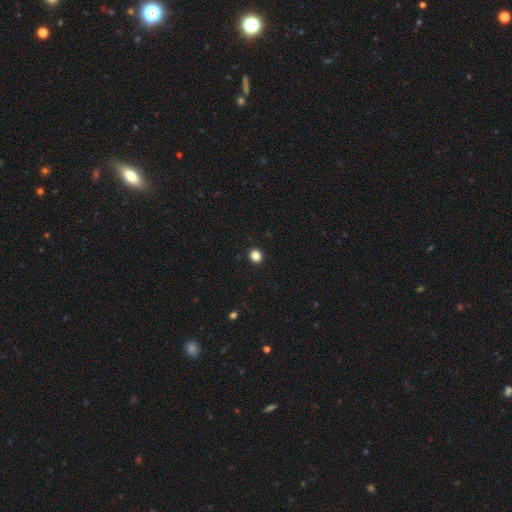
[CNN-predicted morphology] smooth-or-featured: smooth: 85% | star or artifact: 12% | featured or disk: 3%
  how-rounded: round: 78% | in between: 21% | cigar-shaped: 1%
  merging: none: 93% | minor disturbance: 5% | major disturbance: 2% | merger: 1%